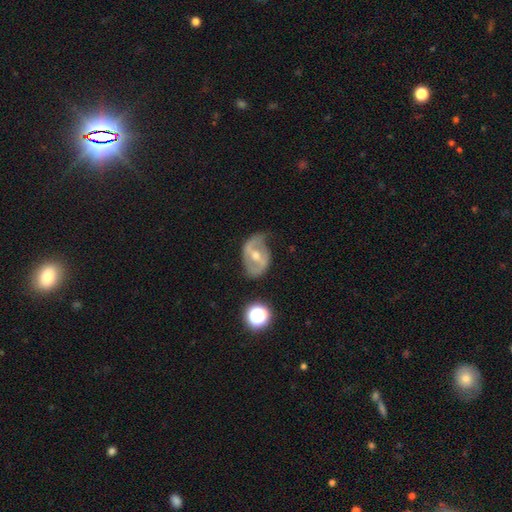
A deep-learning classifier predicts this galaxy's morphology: Smooth or featured?
  - featured or disk: 72% *
  - smooth: 21%
  - star or artifact: 8%
Edge-on disk?
  - no: 95% *
  - yes: 5%
Bar?
  - strong: 42% *
  - weak: 39%
  - no: 18%
Spiral arms?
  - yes: 67% *
  - no: 33%
Bulge size?
  - moderate: 68% *
  - small: 25%
  - large: 4%
  - none: 2%
  - dominant: 1%
Merging?
  - none: 59% *
  - minor disturbance: 26%
  - major disturbance: 12%
  - merger: 2%